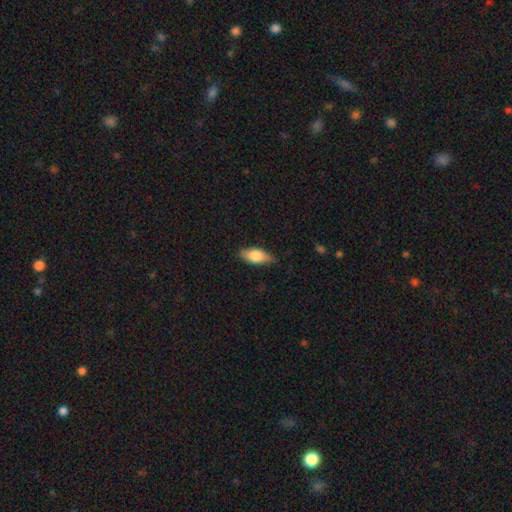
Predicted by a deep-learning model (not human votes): smooth_or_featured: smooth (p=0.73) [alt: featured or disk p=0.21]
how_rounded: in between (p=0.83) [alt: cigar-shaped p=0.14]
merging: none (p=0.80) [alt: minor disturbance p=0.16]